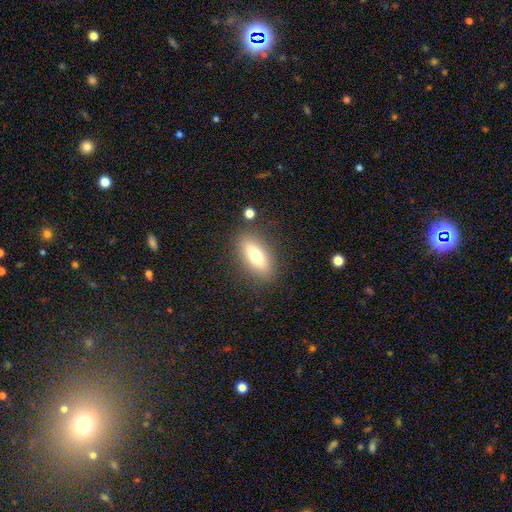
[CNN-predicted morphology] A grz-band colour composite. It shows a smooth galaxy with no disk features (65%) that is in between round and cigar-shaped (68%). Merging: none (83%).